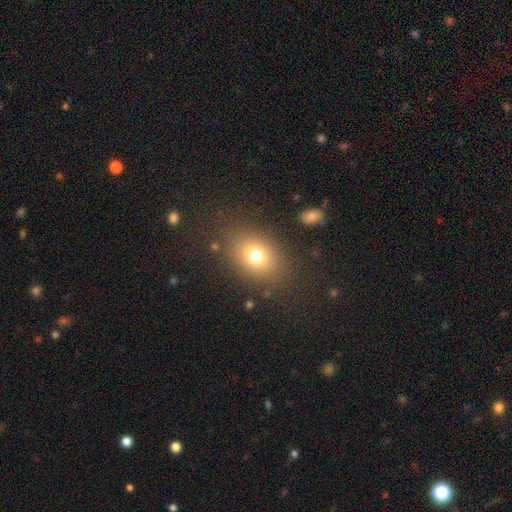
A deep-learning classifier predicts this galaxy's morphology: smooth 74%, star or artifact 15%, featured or disk 11%. Down the decision tree: how rounded — in between (61%); merging — none (83%).